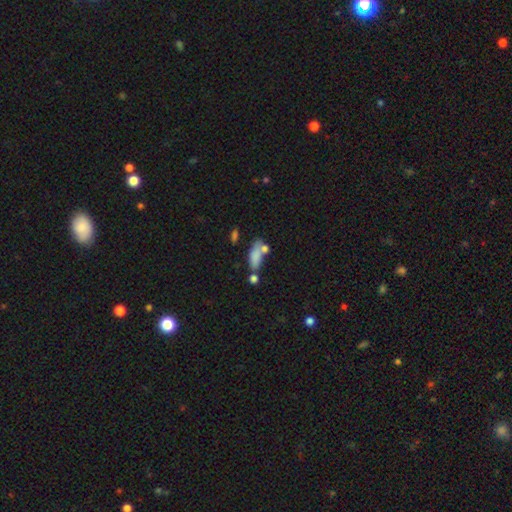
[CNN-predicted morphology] Smooth or featured? smooth (77%)
How rounded? in between (78%)
Merging? none (43%)